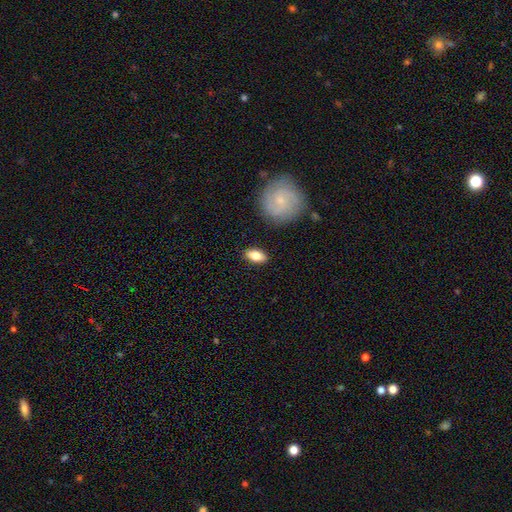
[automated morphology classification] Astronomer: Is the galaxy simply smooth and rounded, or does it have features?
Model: smooth — 73%.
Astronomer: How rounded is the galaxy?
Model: in between — 86%.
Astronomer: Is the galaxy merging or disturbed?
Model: none — 86%.